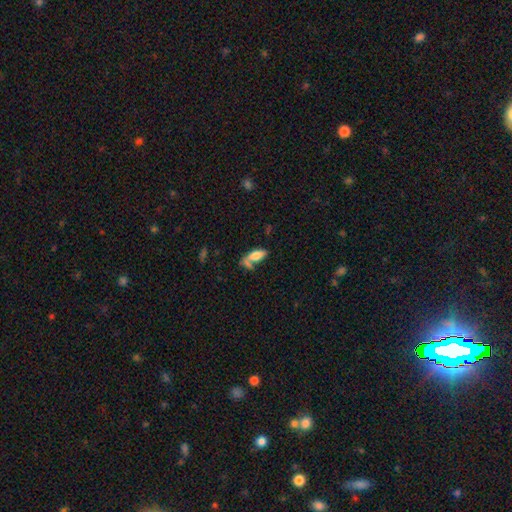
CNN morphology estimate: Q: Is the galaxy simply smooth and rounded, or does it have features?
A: smooth — 74%.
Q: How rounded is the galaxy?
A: in between — 76%.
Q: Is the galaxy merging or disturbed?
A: none — 39%.